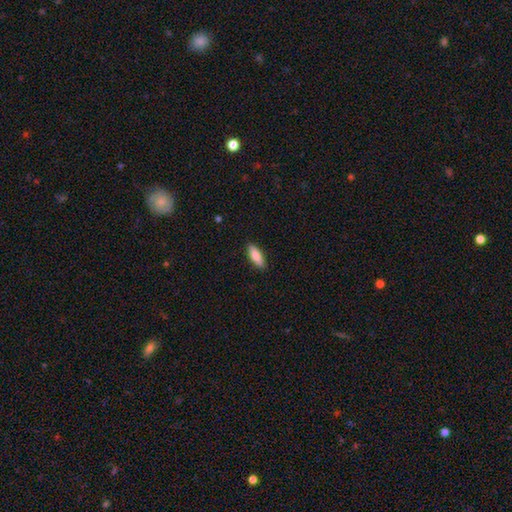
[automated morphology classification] A smooth galaxy with no disk features (85%) that is in between round and cigar-shaped (59%). Merging: none (88%).